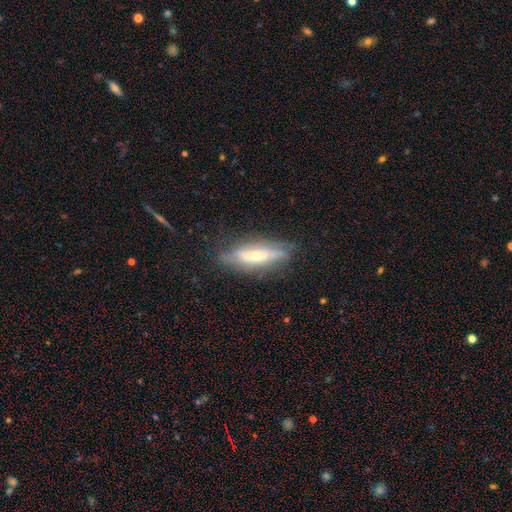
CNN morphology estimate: Overall: featured or disk (55%; smooth 37%). Edge-on disk: yes (67%; no 33%). Merging: none (68%).